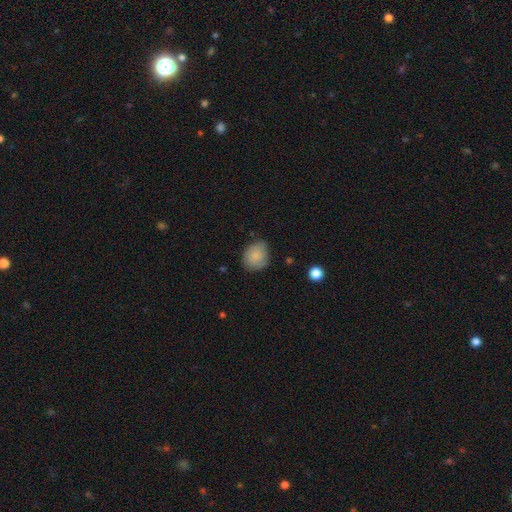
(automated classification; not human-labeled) This appears to be a smooth galaxy with no disk features (81%) that is round (56%). Merging: none (66%).